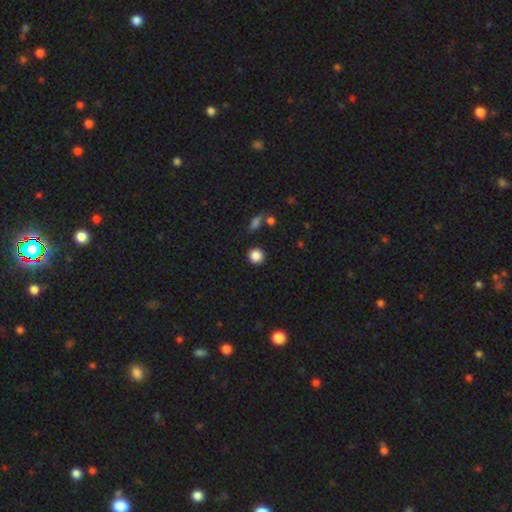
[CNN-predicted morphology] Smooth or featured? smooth (86%)
How rounded? round (93%)
Merging? none (88%)